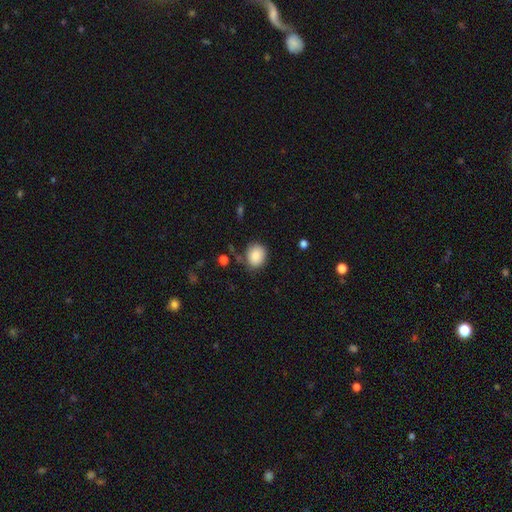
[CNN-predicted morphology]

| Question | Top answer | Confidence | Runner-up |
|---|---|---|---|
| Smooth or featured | smooth | 87% | star or artifact (8%) |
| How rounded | round | 61% | in between (38%) |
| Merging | none | 75% | minor disturbance (17%) |